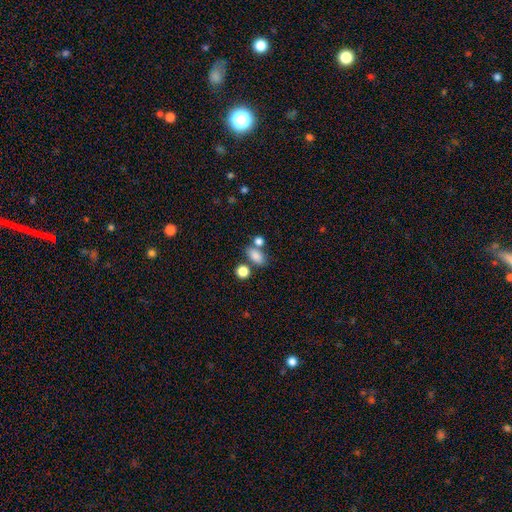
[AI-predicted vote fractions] A smooth galaxy with no disk features (82%) that is in between round and cigar-shaped (82%).

Vote fractions:
- Smooth or featured? smooth: 82% / star or artifact: 11% / featured or disk: 7%
- How rounded? in between: 82% / round: 16% / cigar-shaped: 3%
- Merging? none: 58% / merger: 24% / minor disturbance: 13% / major disturbance: 5%